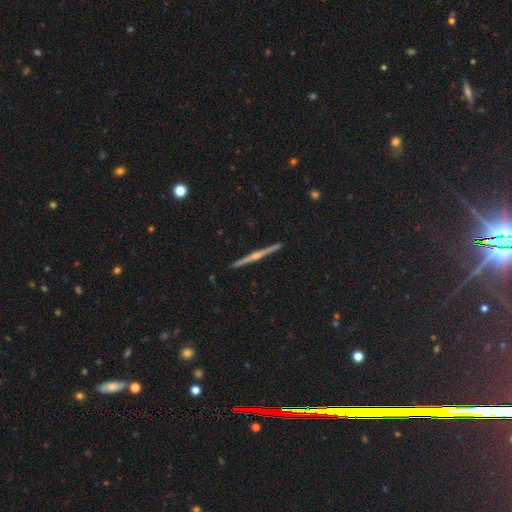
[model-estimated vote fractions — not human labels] smooth_or_featured: featured or disk (p=0.82) [alt: smooth p=0.12]
disk_edge_on: yes (p=0.99) [alt: no p=0.01]
edge_on_bulge: rounded (p=0.82) [alt: none p=0.11]
merging: none (p=0.93) [alt: minor disturbance p=0.04]